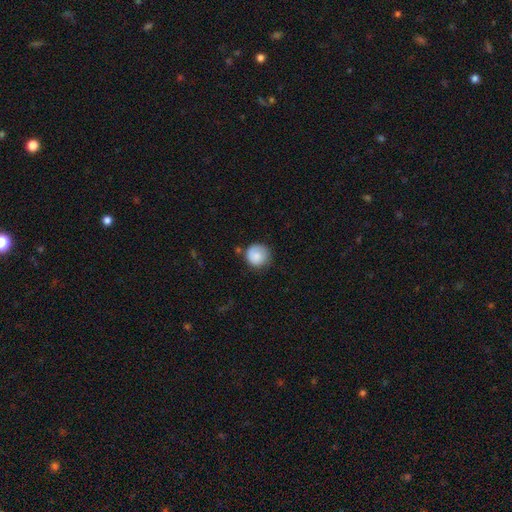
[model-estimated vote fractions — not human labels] Morphology: type=smooth (84%); roundness=round (93%); merging=none (73%).